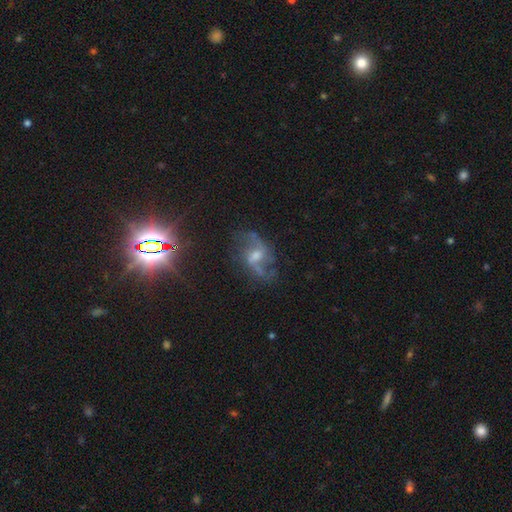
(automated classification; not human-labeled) Smooth or featured? featured or disk (77%)
Edge-on disk? no (97%)
Bar? weak (51%)
Spiral arms? yes (94%)
Spiral winding? loose (66%)
Spiral arm count? 2 (86%)
Bulge size? moderate (45%)
Merging? none (72%)